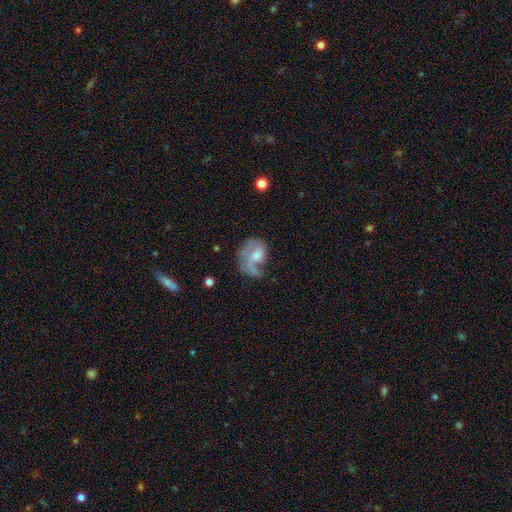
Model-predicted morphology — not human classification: A featured or disk galaxy (63%) with no bar (66%), spiral arms (77%) and a moderate central bulge (47%). Merging: none (36%).